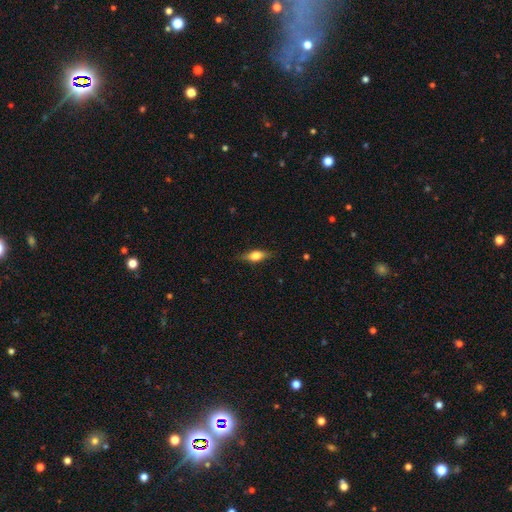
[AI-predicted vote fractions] Morphology: type=smooth (60%); roundness=in between (65%); merging=none (82%).